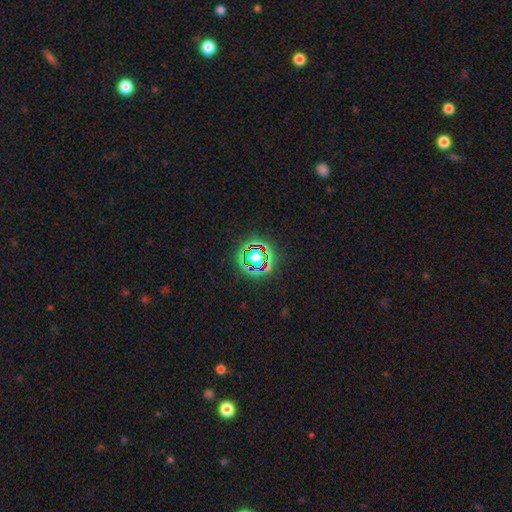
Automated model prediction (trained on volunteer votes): Smooth or featured? star or artifact (62%)